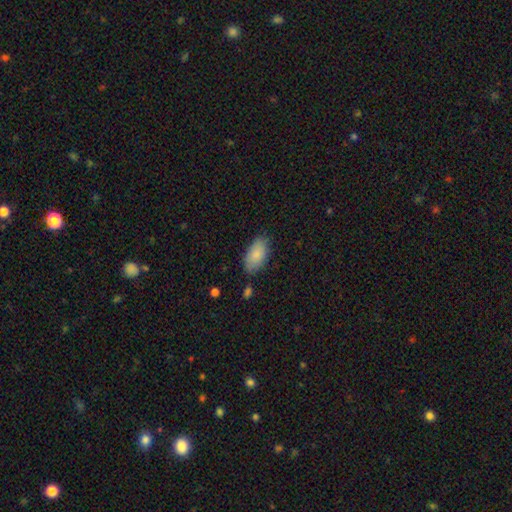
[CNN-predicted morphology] Q: Smooth or featured?
A: smooth (86%); runner-up: featured or disk (8%)
Q: How rounded?
A: in between (94%); runner-up: round (3%)
Q: Merging?
A: none (77%); runner-up: minor disturbance (17%)